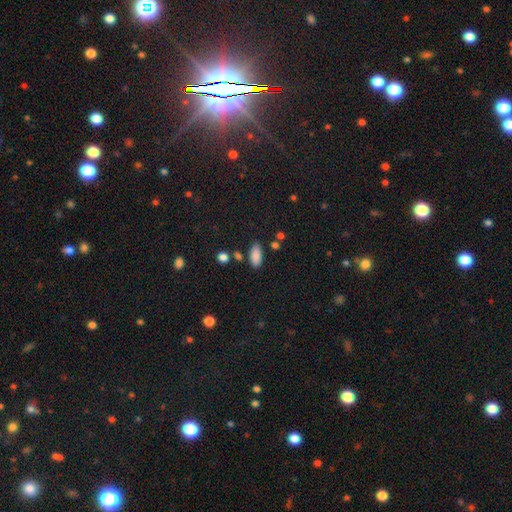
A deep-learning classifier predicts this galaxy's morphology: smooth-or-featured: smooth: 87% | star or artifact: 8% | featured or disk: 5%
  how-rounded: in between: 88% | cigar-shaped: 9% | round: 3%
  merging: none: 80% | minor disturbance: 11% | merger: 5% | major disturbance: 3%